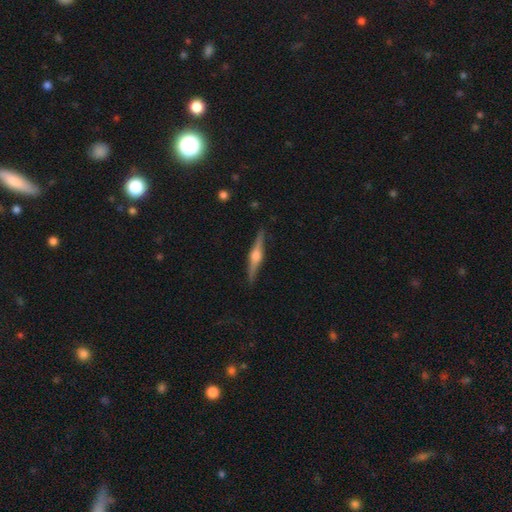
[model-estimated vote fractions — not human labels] The model was most divided on "smooth or featured": featured or disk: 79%, smooth: 15%, star or artifact: 6%. More confident: edge-on disk — yes (98%); edge-on bulge — rounded (90%); merging — none (90%).